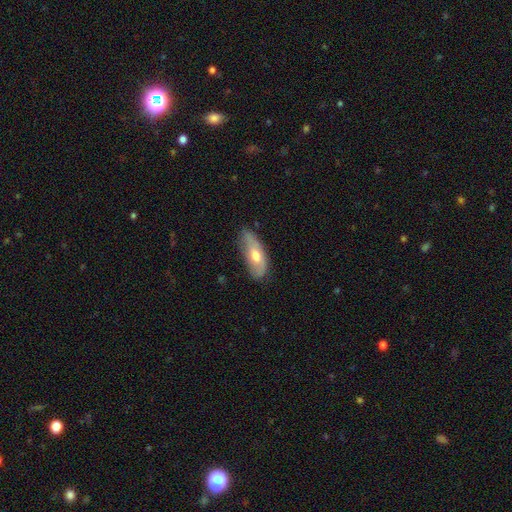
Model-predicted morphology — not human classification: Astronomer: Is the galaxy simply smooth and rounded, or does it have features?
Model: smooth — 57% (runner-up: featured or disk, 36%).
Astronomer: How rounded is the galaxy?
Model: in between — 76%.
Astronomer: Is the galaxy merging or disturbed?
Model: none — 59%.